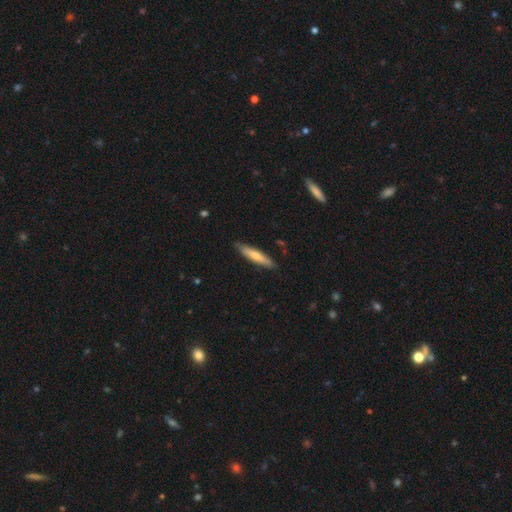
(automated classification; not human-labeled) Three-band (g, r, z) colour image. It shows a smooth galaxy with no disk features (61%) that is cigar-shaped (87%). Merging: none (86%).